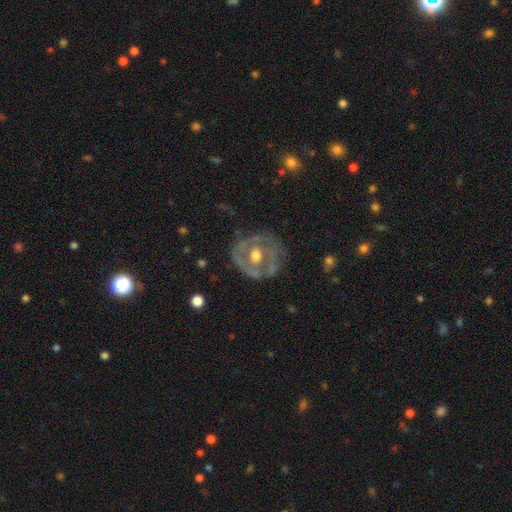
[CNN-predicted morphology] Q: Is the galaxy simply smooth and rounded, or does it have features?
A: featured or disk — 73%.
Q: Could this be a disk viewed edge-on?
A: no — 96%.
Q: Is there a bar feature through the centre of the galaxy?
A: no — 68%.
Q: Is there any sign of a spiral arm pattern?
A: no — 51%.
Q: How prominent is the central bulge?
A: moderate — 72%.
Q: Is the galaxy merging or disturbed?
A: none — 66%.